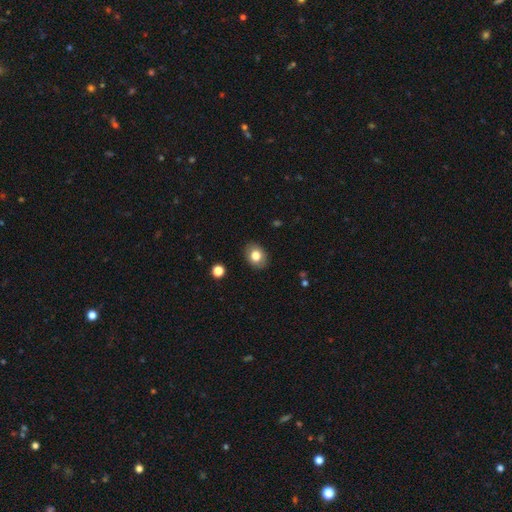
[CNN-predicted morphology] smooth-or-featured: smooth: 80% | featured or disk: 11% | star or artifact: 9%
  how-rounded: in between: 59% | round: 40% | cigar-shaped: 1%
  merging: none: 88% | minor disturbance: 9% | major disturbance: 2% | merger: 1%